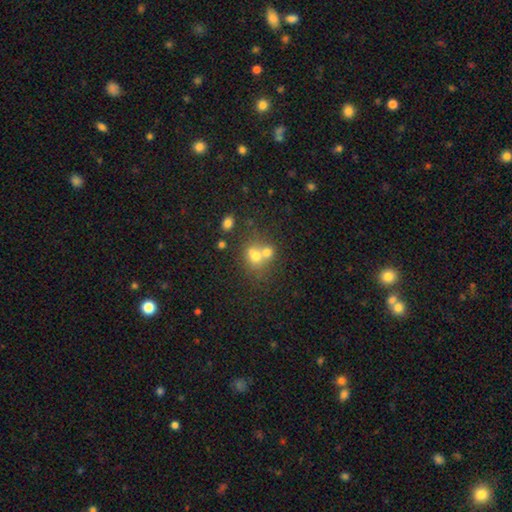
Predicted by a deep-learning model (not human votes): Smooth or featured? smooth (65%)
How rounded? round (57%)
Merging? merger (59%)